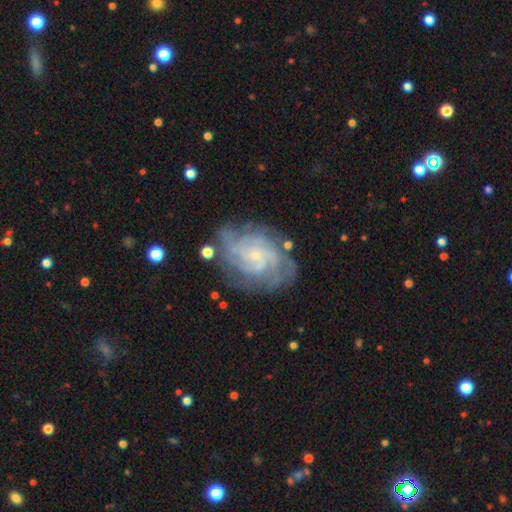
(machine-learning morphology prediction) Smooth or featured? featured or disk (85%)
Edge-on disk? no (97%)
Bar? no (69%)
Spiral arms? yes (95%)
Spiral winding? tight (62%)
Spiral arm count? can't tell (32%)
Bulge size? small (82%)
Merging? none (69%)